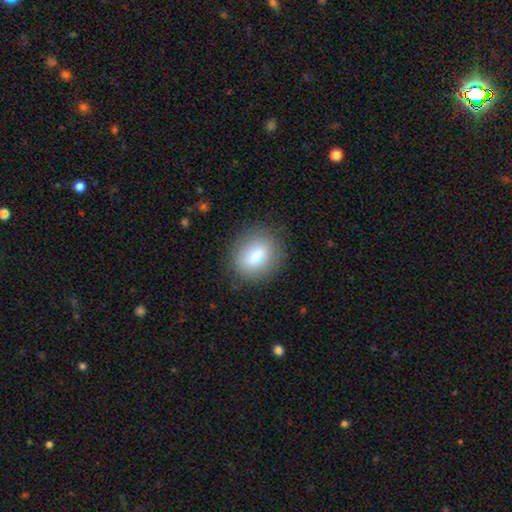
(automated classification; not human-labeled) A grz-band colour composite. It shows a smooth galaxy with no disk features (76%) that is round (71%). Merging: none (87%).